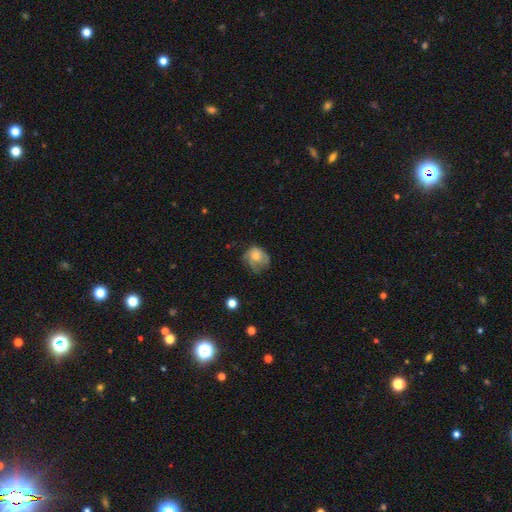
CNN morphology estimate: Smooth or featured: smooth — 55% (featured or disk — 35%)
How rounded: round — 63% (in between — 36%)
Merging: none — 44% (minor disturbance — 30%)